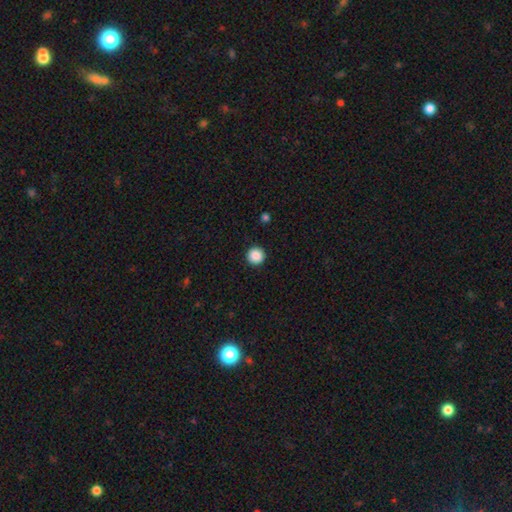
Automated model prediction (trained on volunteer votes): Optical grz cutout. It shows a smooth galaxy with no disk features (88%) that is round (96%). Merging: none (93%).